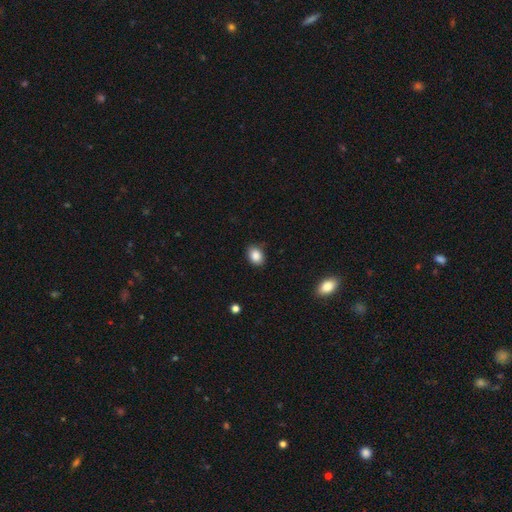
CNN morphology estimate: This is clearly a smooth galaxy (88%). How rounded: likely in between (61%). Merging: clearly none (85%).